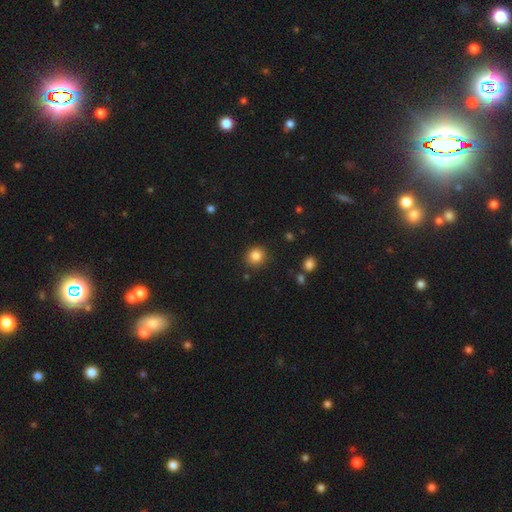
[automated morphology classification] This is clearly a smooth galaxy (84%). How rounded: clearly round (86%). Merging: clearly none (88%).